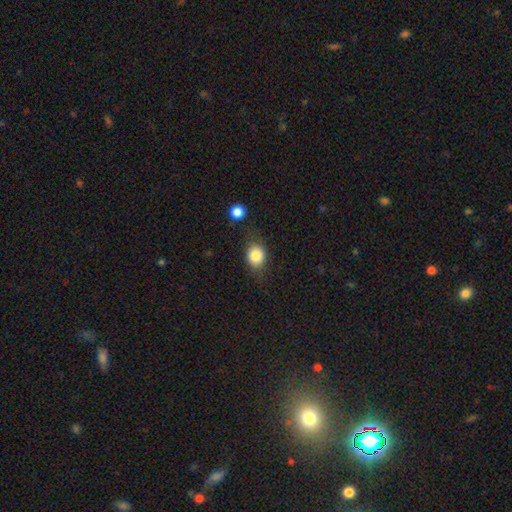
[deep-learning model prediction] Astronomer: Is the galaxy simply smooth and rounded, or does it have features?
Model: smooth — 83%.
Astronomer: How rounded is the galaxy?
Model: round — 59% (runner-up: in between, 39%).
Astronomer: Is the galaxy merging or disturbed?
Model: none — 70%.